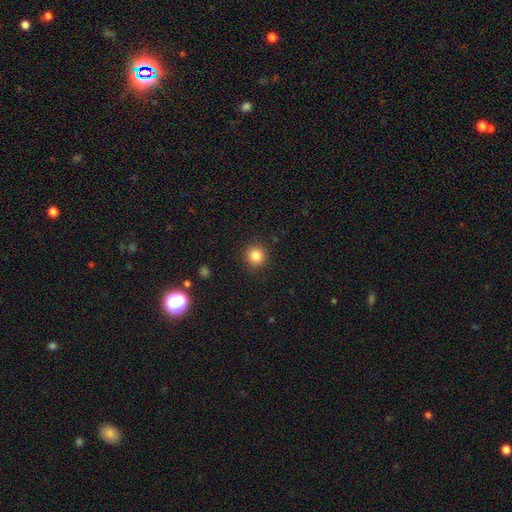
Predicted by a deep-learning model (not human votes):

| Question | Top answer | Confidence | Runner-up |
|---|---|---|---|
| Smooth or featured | smooth | 84% | star or artifact (11%) |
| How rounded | round | 94% | in between (5%) |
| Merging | none | 91% | minor disturbance (6%) |